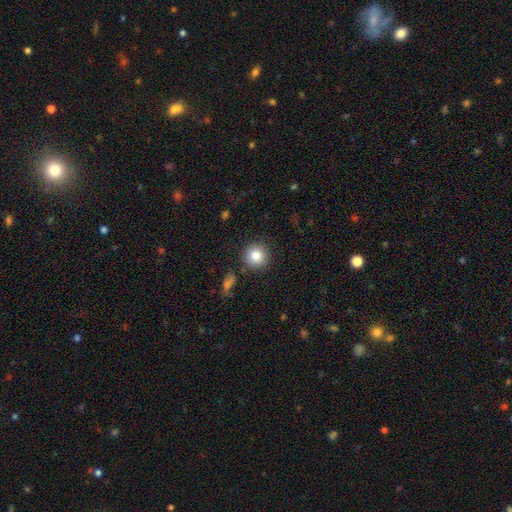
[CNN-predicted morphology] This appears to be a smooth galaxy with no disk features (84%) that is round (94%). Merging: none (88%).